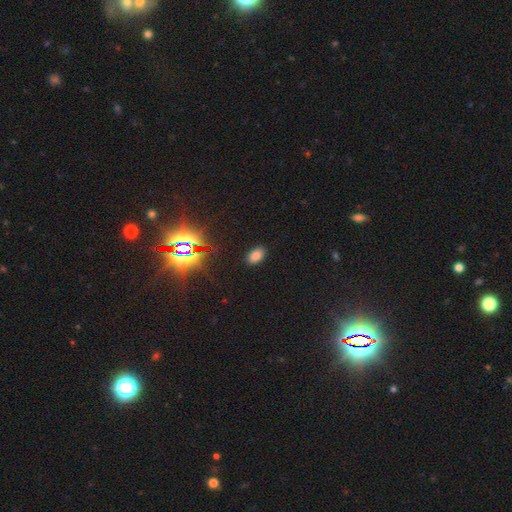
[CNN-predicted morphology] type=smooth (74%); roundness=in between (90%); merging=none (88%).